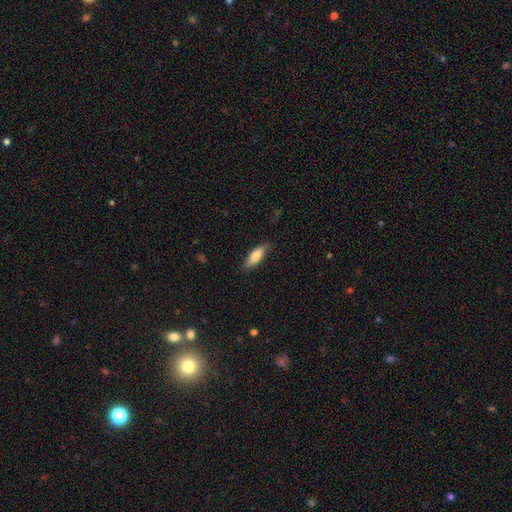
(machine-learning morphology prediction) Smooth or featured?
  - smooth: 78% *
  - featured or disk: 16%
  - star or artifact: 6%
How rounded?
  - in between: 61% *
  - cigar-shaped: 37%
  - round: 2%
Merging?
  - none: 80% *
  - minor disturbance: 16%
  - major disturbance: 3%
  - merger: 1%